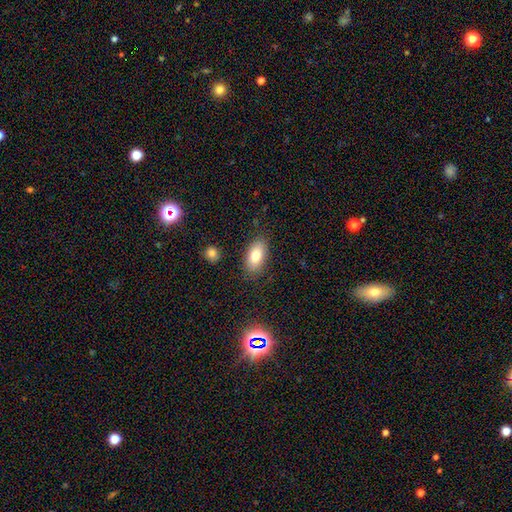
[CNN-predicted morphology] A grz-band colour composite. It shows a smooth galaxy with no disk features (80%) that is in between round and cigar-shaped (91%). Merging: none (82%).